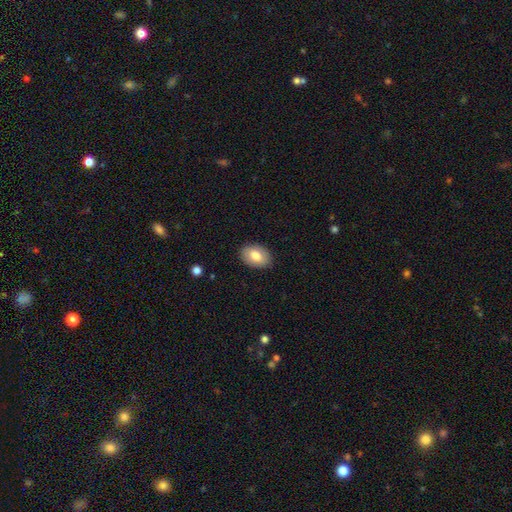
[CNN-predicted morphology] A smooth galaxy with no disk features (79%) that is in between round and cigar-shaped (85%).

Vote fractions:
- Smooth or featured? smooth: 79% / featured or disk: 14% / star or artifact: 7%
- How rounded? in between: 85% / round: 14% / cigar-shaped: 1%
- Merging? none: 88% / minor disturbance: 9% / major disturbance: 2% / merger: 1%